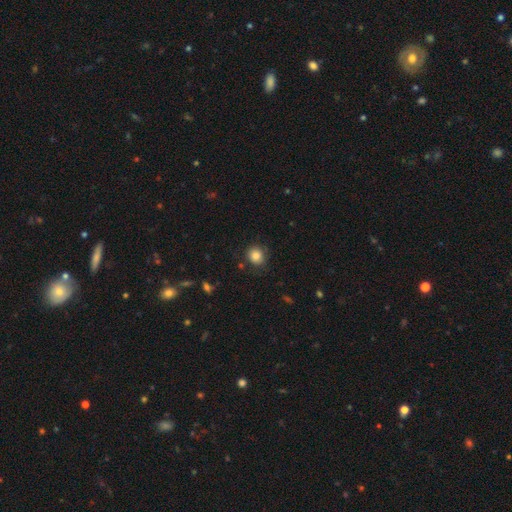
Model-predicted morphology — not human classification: A smooth galaxy with no disk features (83%) that is round (86%). Merging: none (83%).